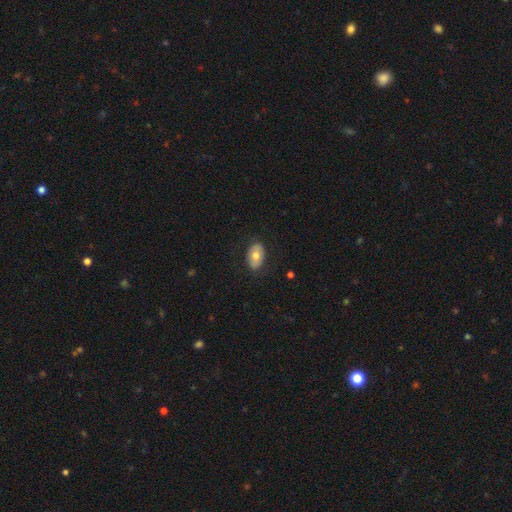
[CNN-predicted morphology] This appears to be a smooth galaxy with no disk features (69%) that is in between round and cigar-shaped (91%). Merging: none (83%).